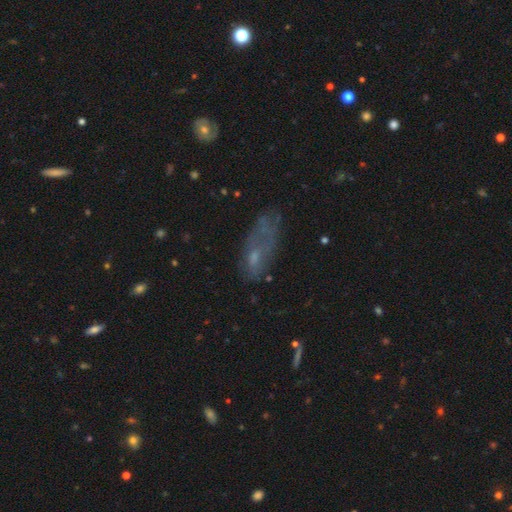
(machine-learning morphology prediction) The model was most divided on "merging": none: 35%, major disturbance: 32%, minor disturbance: 27%, merger: 6%. Remaining: smooth or featured — smooth (47%).